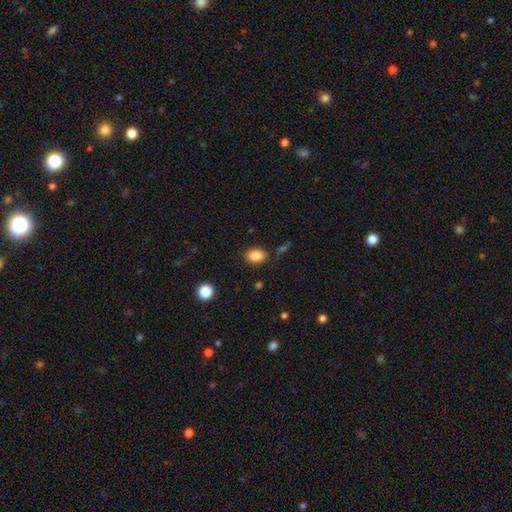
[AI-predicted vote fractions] Smooth or featured? smooth (86%)
How rounded? in between (71%)
Merging? none (83%)